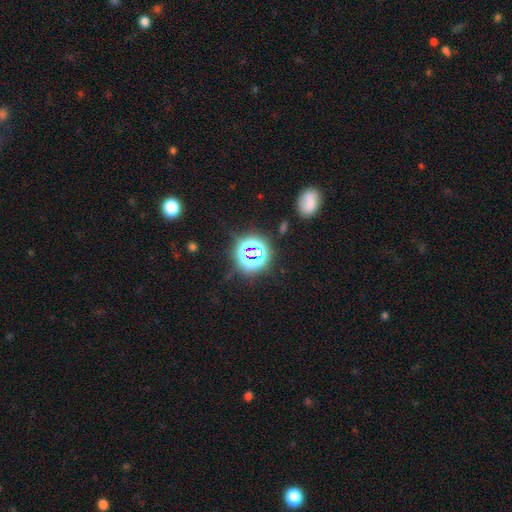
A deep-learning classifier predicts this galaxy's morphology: Smooth or featured: star or artifact — 72% (smooth — 19%)